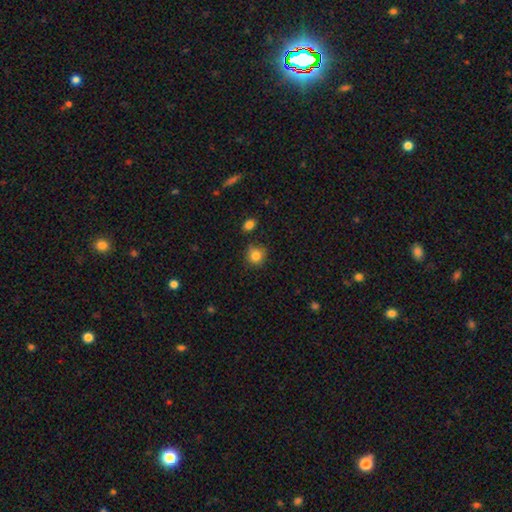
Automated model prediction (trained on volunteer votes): Smooth or featured? Predicted: smooth (p=0.83). How rounded? Predicted: round (p=0.87). Merging? Predicted: none (p=0.76).